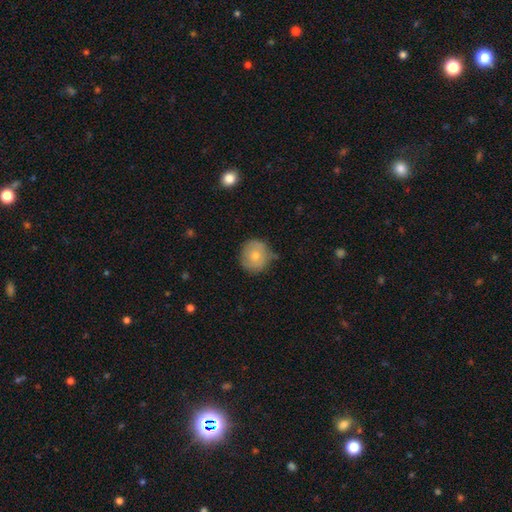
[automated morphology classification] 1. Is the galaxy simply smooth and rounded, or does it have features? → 66% smooth, 27% featured or disk, 7% star or artifact.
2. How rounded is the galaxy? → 89% round, 10% in between, 1% cigar-shaped.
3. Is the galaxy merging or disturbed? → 67% none, 25% minor disturbance, 5% major disturbance, 2% merger.